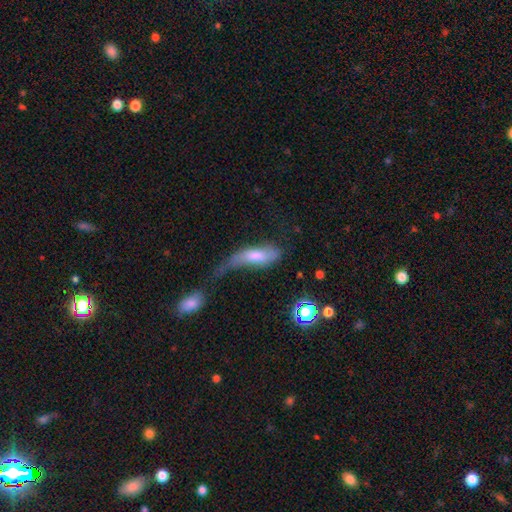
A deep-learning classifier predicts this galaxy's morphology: type=smooth (59%); roundness=in between (60%); merging=major disturbance (43%).